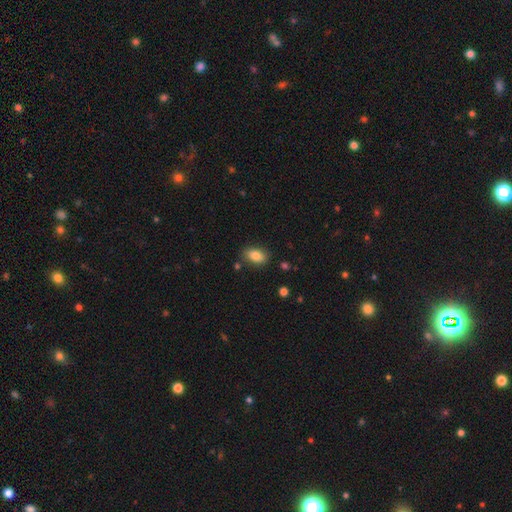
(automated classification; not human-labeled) Overall: smooth (83%). How rounded: in between (88%). Merging: none (83%).